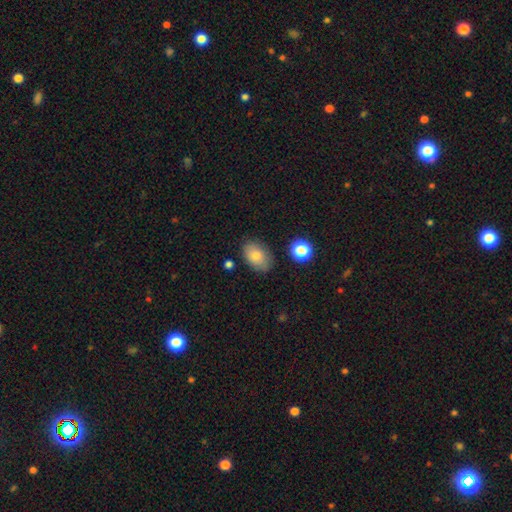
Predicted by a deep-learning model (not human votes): Smooth or featured? smooth (80%)
How rounded? in between (85%)
Merging? none (81%)